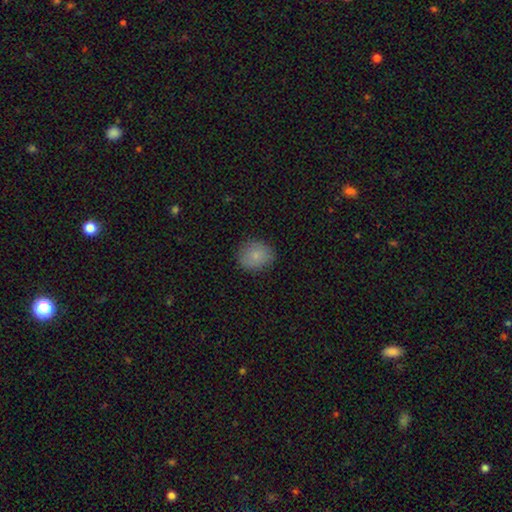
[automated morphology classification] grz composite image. It shows a smooth galaxy with no disk features (82%) that is round (73%). Merging: none (85%).